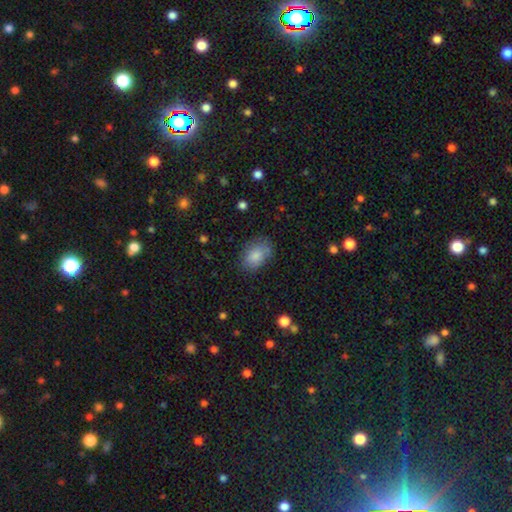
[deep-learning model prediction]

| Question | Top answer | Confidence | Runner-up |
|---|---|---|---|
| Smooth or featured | smooth | 83% | featured or disk (9%) |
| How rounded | in between | 83% | round (16%) |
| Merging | none | 69% | minor disturbance (22%) |